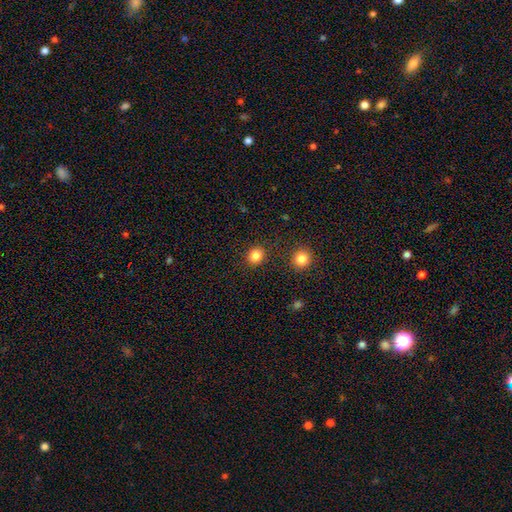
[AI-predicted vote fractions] This appears to be a smooth galaxy with no disk features (84%) that is round (78%). Merging: none (87%).